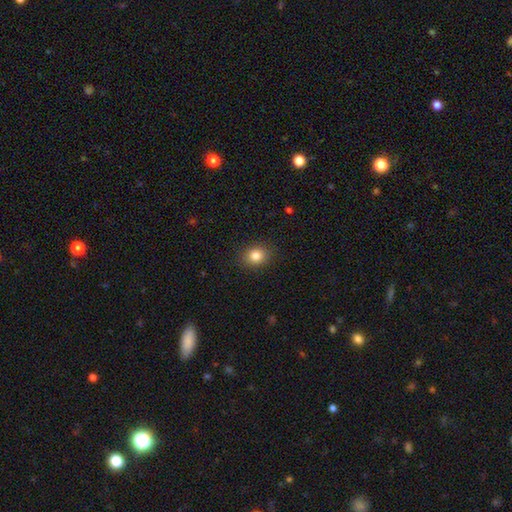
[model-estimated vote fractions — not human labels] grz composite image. It shows a smooth galaxy with no disk features (83%) that is round (68%). Merging: none (89%).